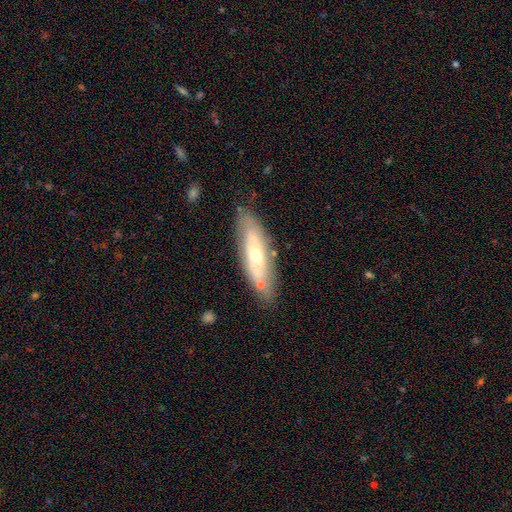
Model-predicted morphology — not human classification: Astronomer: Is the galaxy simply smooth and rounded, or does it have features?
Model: featured or disk — 58% (runner-up: smooth, 36%).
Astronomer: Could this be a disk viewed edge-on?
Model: no — 69%.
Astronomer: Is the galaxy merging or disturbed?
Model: none — 77%.